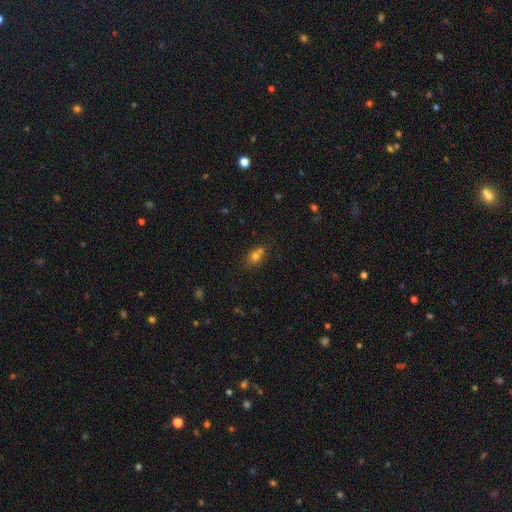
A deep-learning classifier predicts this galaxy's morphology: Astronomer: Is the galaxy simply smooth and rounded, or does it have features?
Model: smooth — 71%.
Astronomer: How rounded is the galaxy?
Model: round — 55% (runner-up: in between, 43%).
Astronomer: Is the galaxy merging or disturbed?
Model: none — 43% (runner-up: merger, 42%).